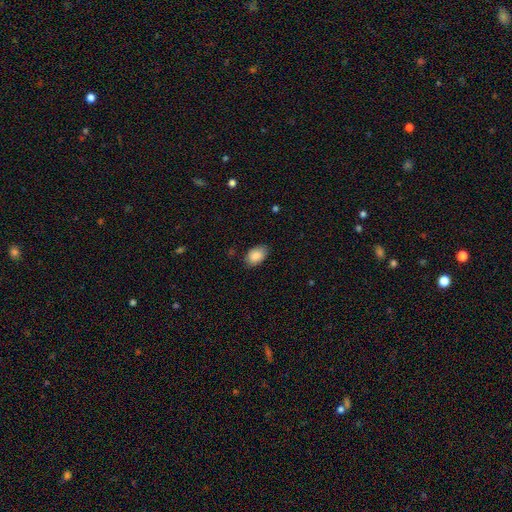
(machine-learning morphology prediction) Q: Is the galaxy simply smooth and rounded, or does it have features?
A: smooth — 88%.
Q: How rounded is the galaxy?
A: in between — 89%.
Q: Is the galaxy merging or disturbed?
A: none — 80%.